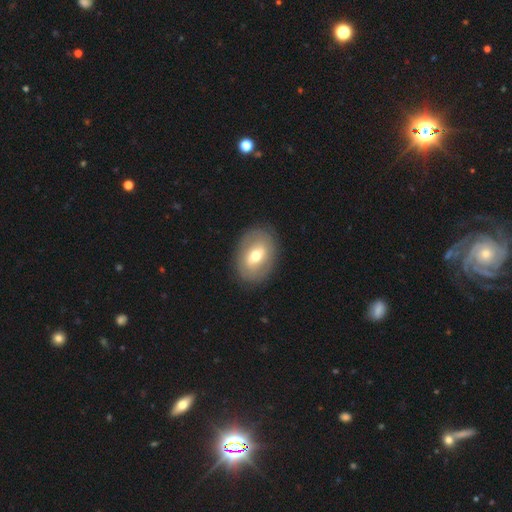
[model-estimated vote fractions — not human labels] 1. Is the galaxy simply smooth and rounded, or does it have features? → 48% smooth, 45% featured or disk, 7% star or artifact.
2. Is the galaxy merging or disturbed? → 85% none, 10% minor disturbance, 4% major disturbance, 1% merger.